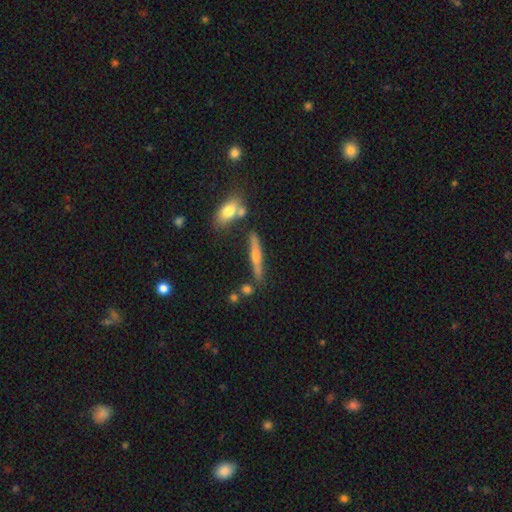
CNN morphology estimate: smooth-or-featured: featured or disk: 54% | smooth: 37% | star or artifact: 9%
  disk-edge-on: yes: 94% | no: 6%
    edge-on-bulge: rounded: 79% | none: 13% | boxy: 8%
  merging: none: 76% | minor disturbance: 12% | merger: 8% | major disturbance: 3%